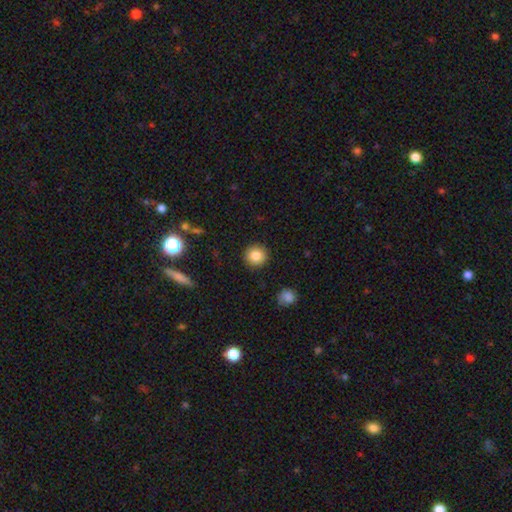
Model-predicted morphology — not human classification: This appears to be a smooth galaxy with no disk features (84%) that is round (93%). Merging: none (91%).